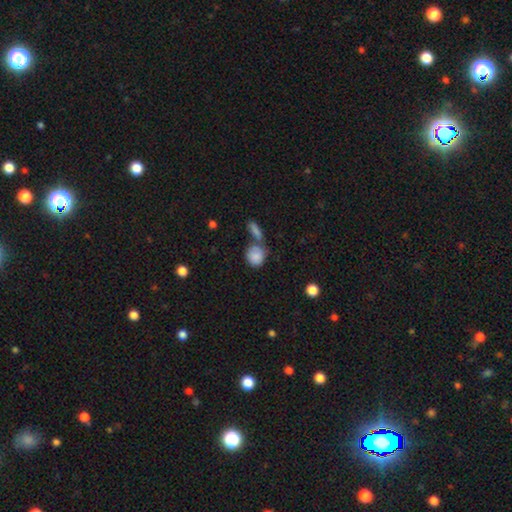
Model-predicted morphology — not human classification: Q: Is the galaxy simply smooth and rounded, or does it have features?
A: smooth — 85%.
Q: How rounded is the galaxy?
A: round — 73%.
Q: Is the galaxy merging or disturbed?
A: none — 47%.